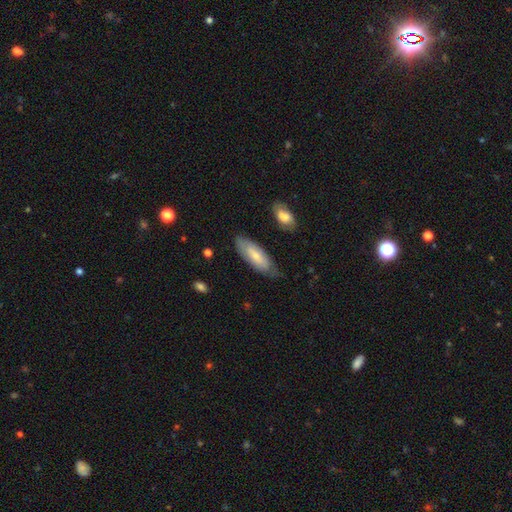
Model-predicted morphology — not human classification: This is possibly a smooth galaxy (57%). How rounded: likely in between (71%). Merging: likely none (71%).